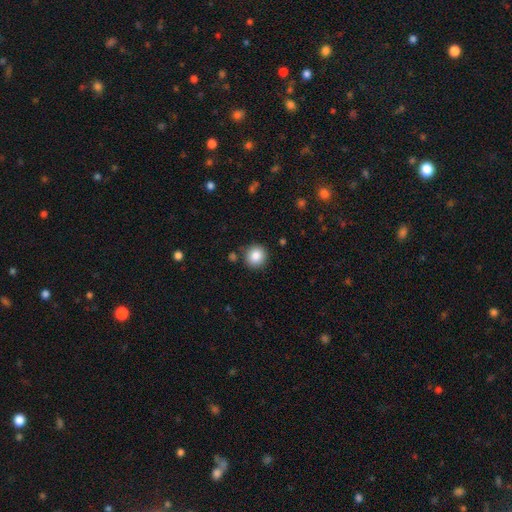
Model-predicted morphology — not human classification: Smooth or featured?
  - smooth: 86% *
  - star or artifact: 9%
  - featured or disk: 5%
How rounded?
  - round: 90% *
  - in between: 9%
  - cigar-shaped: 1%
Merging?
  - none: 87% *
  - minor disturbance: 8%
  - merger: 3%
  - major disturbance: 2%